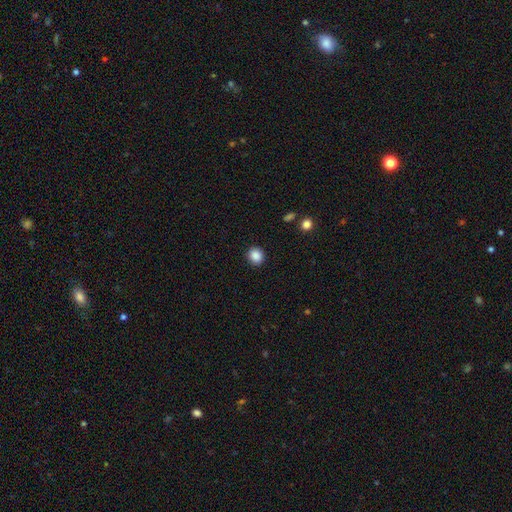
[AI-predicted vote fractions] Q: Smooth or featured?
A: smooth (87%); runner-up: star or artifact (10%)
Q: How rounded?
A: round (84%); runner-up: in between (15%)
Q: Merging?
A: none (91%); runner-up: minor disturbance (6%)